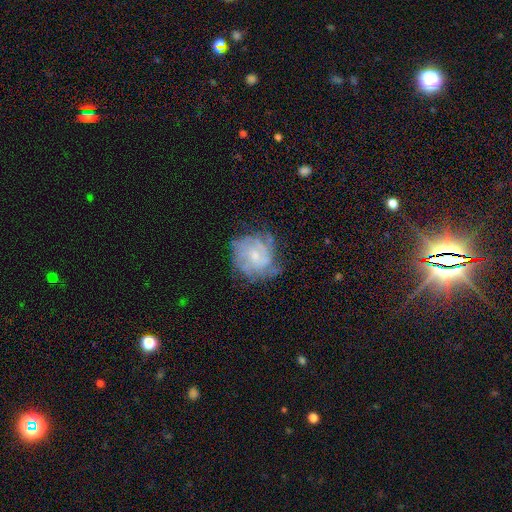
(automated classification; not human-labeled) Smooth or featured?
  - featured or disk: 67% *
  - smooth: 23%
  - star or artifact: 10%
Edge-on disk?
  - no: 98% *
  - yes: 2%
Bar?
  - no: 70% *
  - weak: 26%
  - strong: 4%
Spiral arms?
  - yes: 76% *
  - no: 24%
Bulge size?
  - small: 63% *
  - moderate: 28%
  - none: 6%
  - large: 2%
  - dominant: 1%
Merging?
  - none: 61% *
  - minor disturbance: 23%
  - major disturbance: 13%
  - merger: 2%